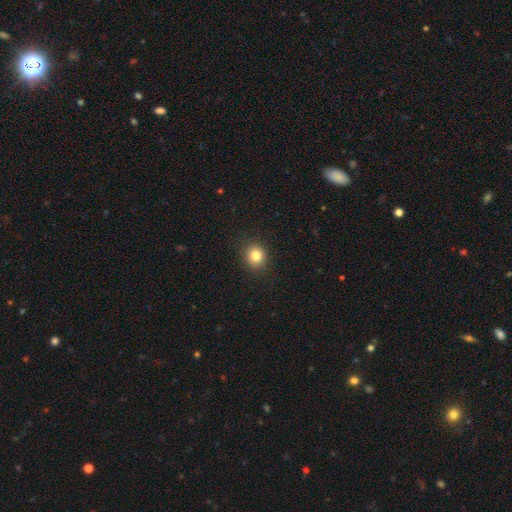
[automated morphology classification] The model was most divided on "how rounded": round: 78%, in between: 21%, cigar-shaped: 1%. More confident: merging — none (90%); smooth or featured — smooth (82%).